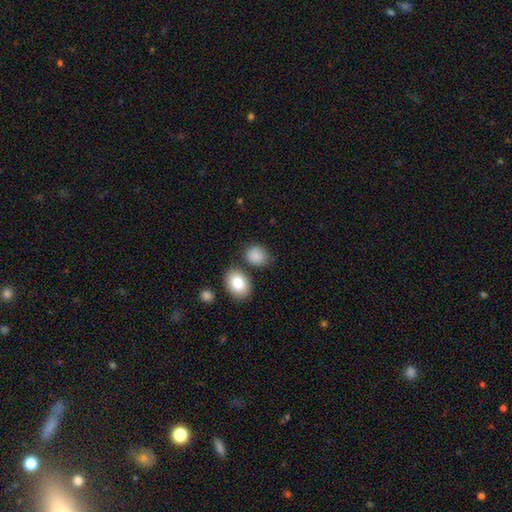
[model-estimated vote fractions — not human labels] smooth 87%, star or artifact 8%, featured or disk 5%. Down the decision tree: how rounded — in between (50%); merging — none (68%).